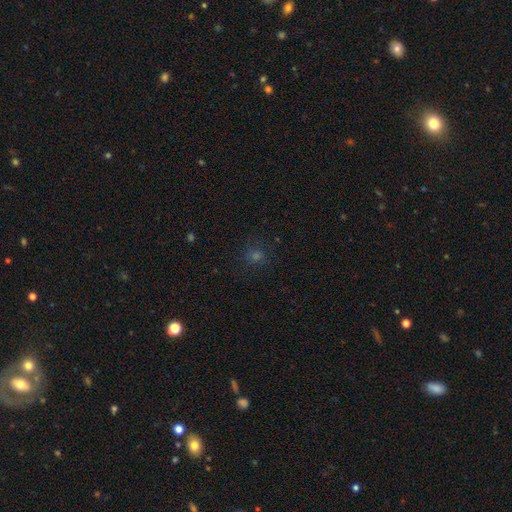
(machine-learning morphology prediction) A smooth galaxy with no disk features (53%) that is round (86%). Merging: none (84%).